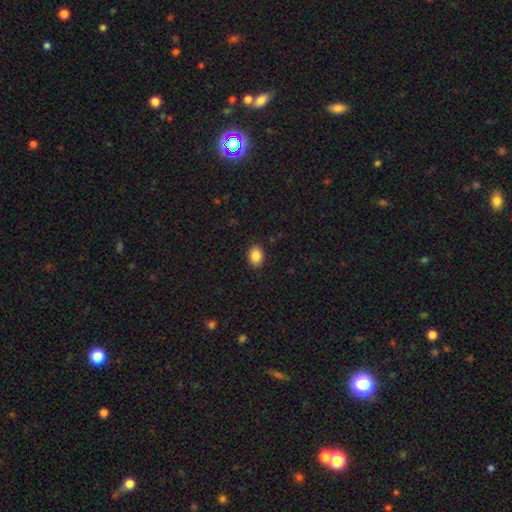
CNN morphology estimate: A smooth galaxy with no disk features (87%) that is in between round and cigar-shaped (66%). Merging: none (89%).